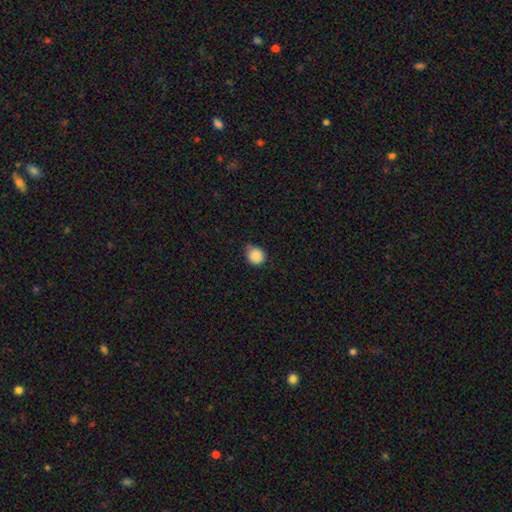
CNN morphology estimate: This is clearly a smooth galaxy (87%). How rounded: clearly round (81%). Merging: likely none (68%).